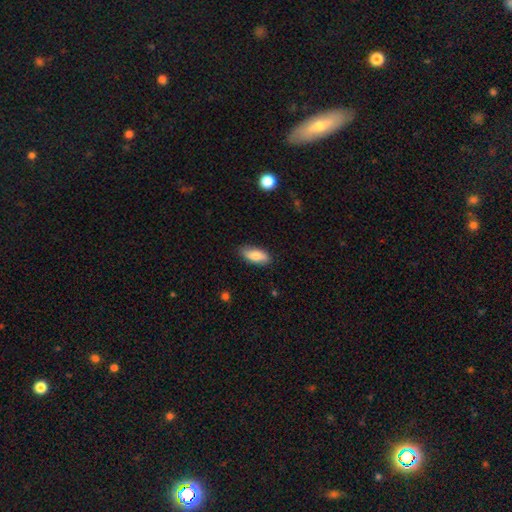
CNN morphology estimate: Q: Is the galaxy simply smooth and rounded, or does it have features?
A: smooth — 80%.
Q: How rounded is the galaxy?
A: in between — 82%.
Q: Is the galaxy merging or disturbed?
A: none — 82%.